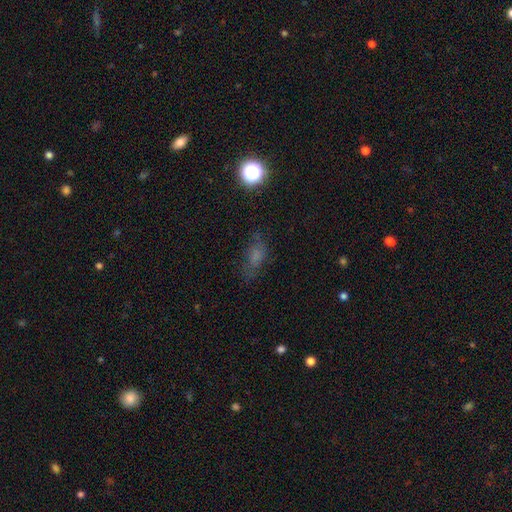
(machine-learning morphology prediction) A smooth galaxy with no disk features (53%) that is in between round and cigar-shaped (72%).

Vote fractions:
- Smooth or featured? smooth: 53% / featured or disk: 24% / star or artifact: 23%
- How rounded? in between: 72% / cigar-shaped: 15% / round: 12%
- Merging? none: 65% / minor disturbance: 21% / major disturbance: 11% / merger: 2%